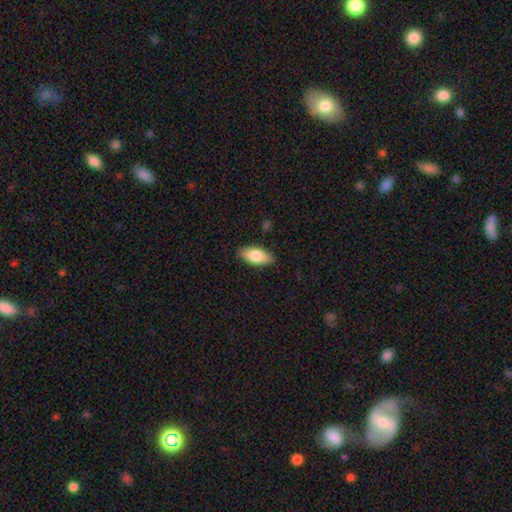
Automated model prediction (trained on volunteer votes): This is clearly a smooth galaxy (80%). How rounded: clearly in between (87%). Merging: clearly none (86%).